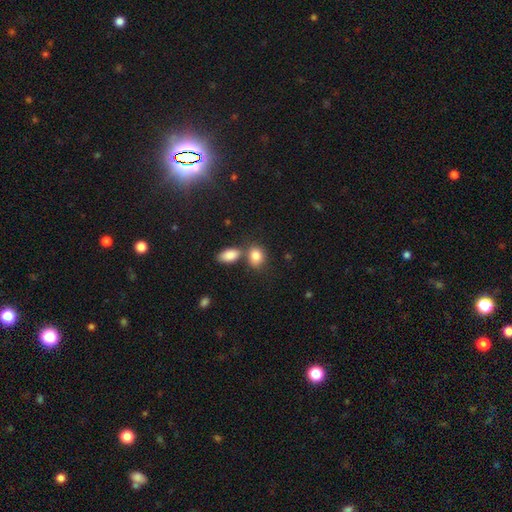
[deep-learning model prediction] The model was most divided on "merging": none: 52%, merger: 32%, minor disturbance: 12%, major disturbance: 4%. More confident: smooth or featured — smooth (84%); how rounded — in between (62%).